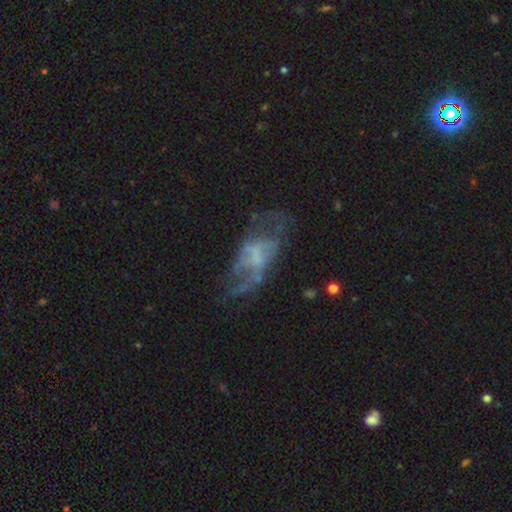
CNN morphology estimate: Q: Smooth or featured?
A: featured or disk (63%); runner-up: smooth (24%)
Q: Edge-on disk?
A: no (92%); runner-up: yes (8%)
Q: Bar?
A: no (63%); runner-up: weak (28%)
Q: Spiral arms?
A: no (56%); runner-up: yes (44%)
Q: Bulge size?
A: none (53%); runner-up: small (23%)
Q: Merging?
A: none (42%); runner-up: major disturbance (33%)